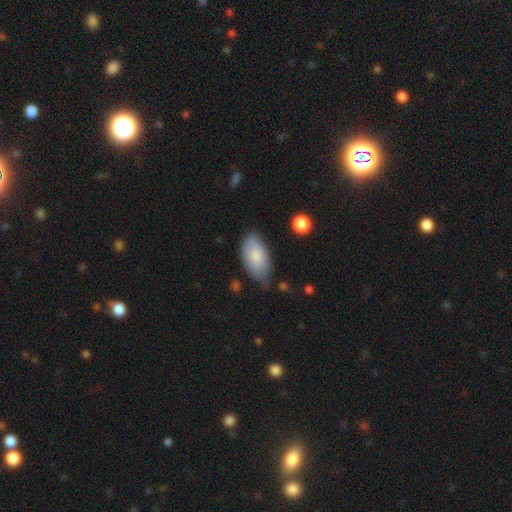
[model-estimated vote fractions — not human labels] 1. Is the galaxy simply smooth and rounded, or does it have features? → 80% smooth, 14% featured or disk, 6% star or artifact.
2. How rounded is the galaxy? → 94% in between, 3% round, 3% cigar-shaped.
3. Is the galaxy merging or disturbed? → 56% none, 34% minor disturbance, 7% major disturbance, 3% merger.